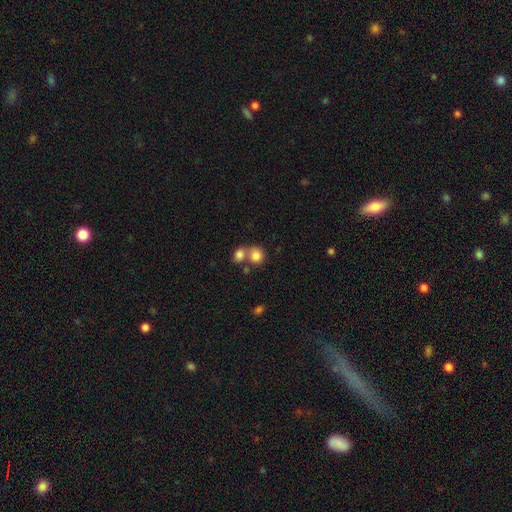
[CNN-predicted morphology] Smooth or featured?
  - smooth: 82% *
  - star or artifact: 9%
  - featured or disk: 9%
How rounded?
  - round: 76% *
  - in between: 23%
  - cigar-shaped: 1%
Merging?
  - merger: 50% *
  - none: 39%
  - minor disturbance: 8%
  - major disturbance: 3%